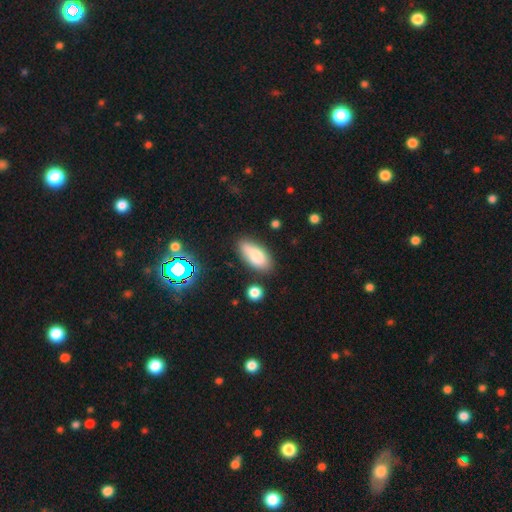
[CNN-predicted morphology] Smooth or featured: smooth — 80% (featured or disk — 11%)
How rounded: in between — 87% (cigar-shaped — 11%)
Merging: none — 73% (minor disturbance — 17%)